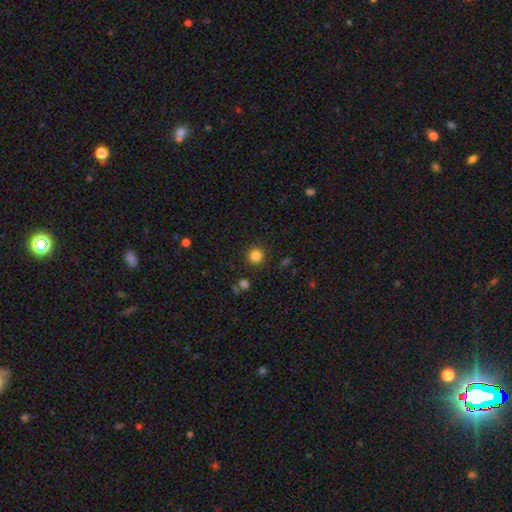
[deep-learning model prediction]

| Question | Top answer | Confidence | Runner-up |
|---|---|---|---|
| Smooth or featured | smooth | 83% | star or artifact (12%) |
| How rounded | round | 93% | in between (6%) |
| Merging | none | 89% | minor disturbance (6%) |